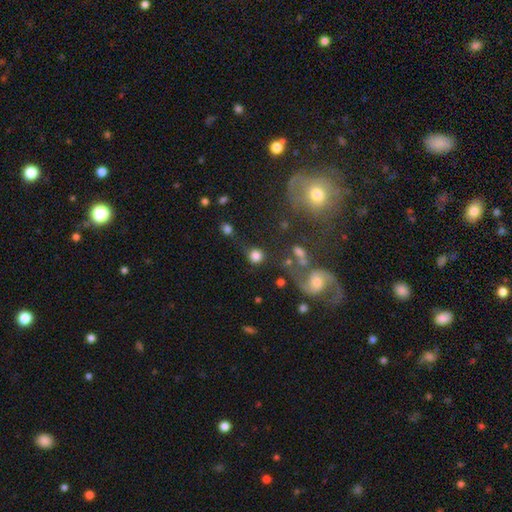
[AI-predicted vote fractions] smooth_or_featured: smooth (p=0.78) [alt: star or artifact p=0.11]
how_rounded: round (p=0.90) [alt: in between p=0.09]
merging: none (p=0.64) [alt: minor disturbance p=0.14]